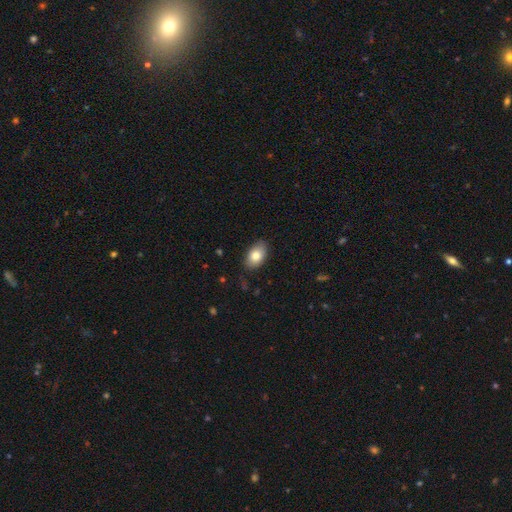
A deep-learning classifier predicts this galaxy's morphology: Smooth or featured: smooth — 81% (featured or disk — 12%)
How rounded: in between — 91% (round — 8%)
Merging: none — 83% (minor disturbance — 14%)